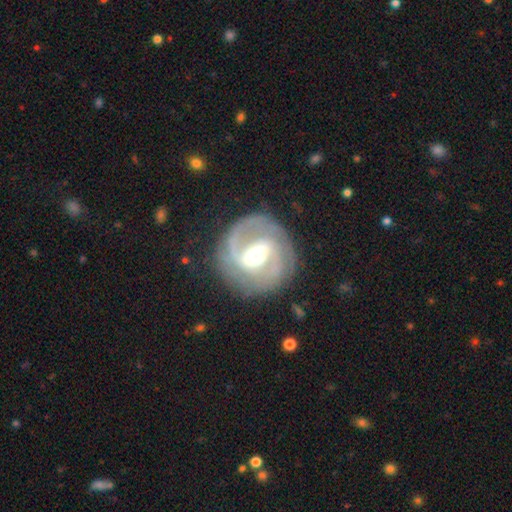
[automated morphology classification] smooth-or-featured: featured or disk: 85% | smooth: 10% | star or artifact: 5%
  disk-edge-on: no: 97% | yes: 3%
    bar: weak: 46% | strong: 38% | no: 17%
    has-spiral-arms: yes: 93% | no: 7%
      spiral-winding: medium: 44% | tight: 40% | loose: 16%
      spiral-arm-count: 2: 77% | can't tell: 8% | 3: 6% | 1: 4% | 4: 2% | more than 4: 2%
    bulge-size: moderate: 67% | large: 17% | small: 13% | dominant: 2% | none: 1%
  merging: none: 81% | minor disturbance: 11% | major disturbance: 6% | merger: 1%